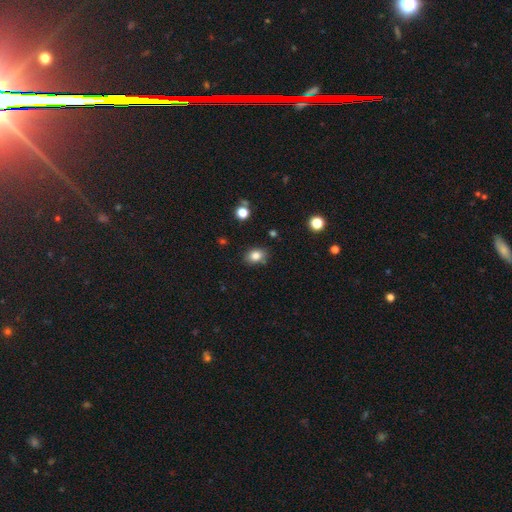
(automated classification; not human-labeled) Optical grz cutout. It shows a smooth galaxy with no disk features (83%) that is in between round and cigar-shaped (65%). Merging: none (80%).